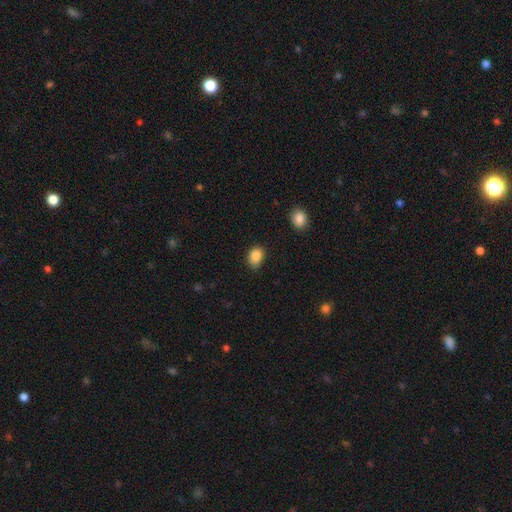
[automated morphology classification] Overall: smooth (87%). How rounded: in between (69%; round 30%). Merging: none (73%).